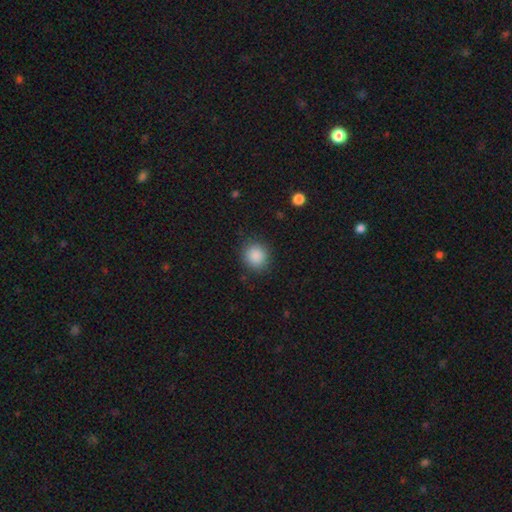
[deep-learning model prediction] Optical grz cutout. It shows a smooth galaxy with no disk features (88%) that is round (83%). Merging: none (87%).